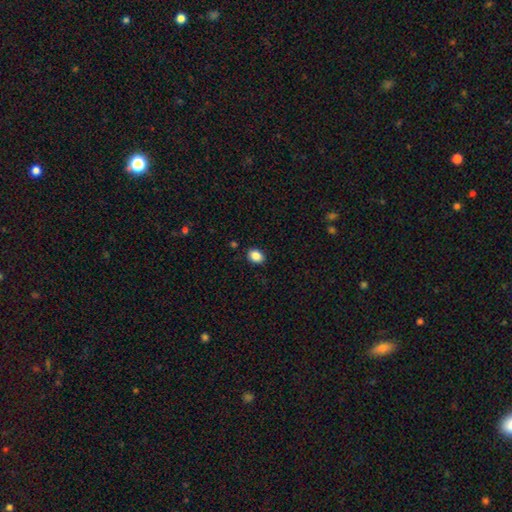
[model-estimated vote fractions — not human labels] smooth_or_featured: smooth (p=0.87) [alt: star or artifact p=0.09]
how_rounded: in between (p=0.60) [alt: round p=0.39]
merging: none (p=0.88) [alt: minor disturbance p=0.08]